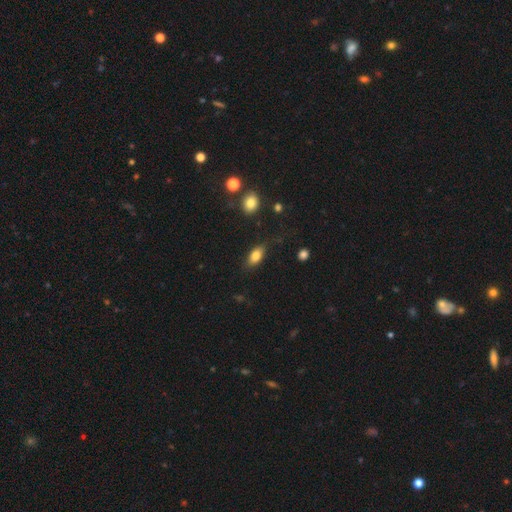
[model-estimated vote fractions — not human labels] smooth_or_featured: smooth (p=0.81) [alt: featured or disk p=0.11]
how_rounded: in between (p=0.87) [alt: round p=0.07]
merging: none (p=0.77) [alt: minor disturbance p=0.16]